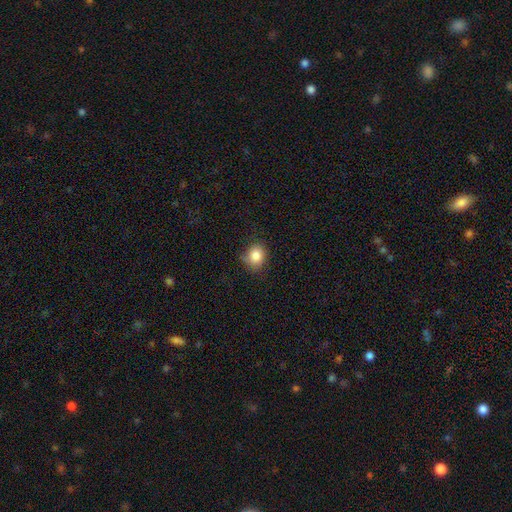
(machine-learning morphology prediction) The model was most divided on "how rounded": round: 67%, in between: 33%, cigar-shaped: 1%. More confident: smooth or featured — smooth (85%); merging — none (74%).